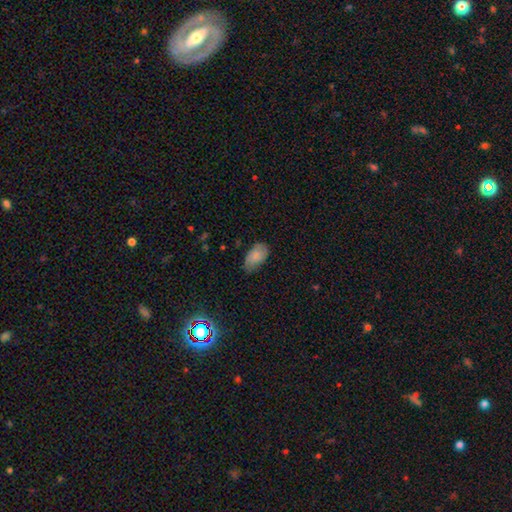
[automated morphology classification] This is likely a smooth galaxy (80%). How rounded: clearly in between (94%). Merging: likely none (66%).